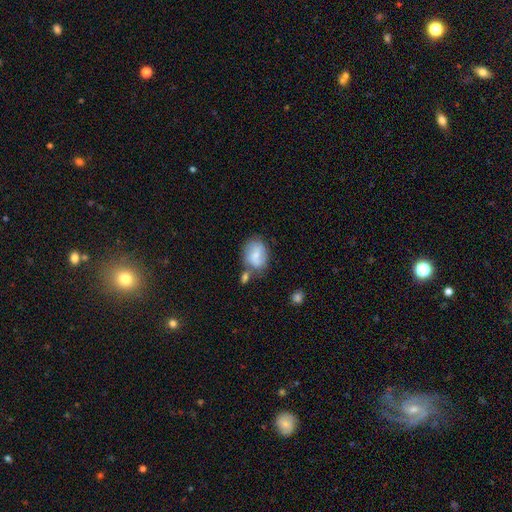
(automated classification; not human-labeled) Q: Smooth or featured?
A: smooth (69%); runner-up: featured or disk (24%)
Q: How rounded?
A: in between (64%); runner-up: round (35%)
Q: Merging?
A: none (51%); runner-up: minor disturbance (22%)